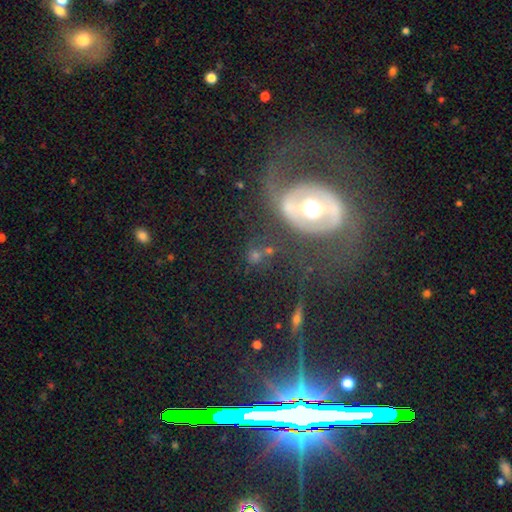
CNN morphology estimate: Smooth or featured?
  - featured or disk: 54% *
  - smooth: 31%
  - star or artifact: 15%
Edge-on disk?
  - no: 85% *
  - yes: 15%
Merging?
  - none: 59% *
  - major disturbance: 16%
  - minor disturbance: 15%
  - merger: 10%